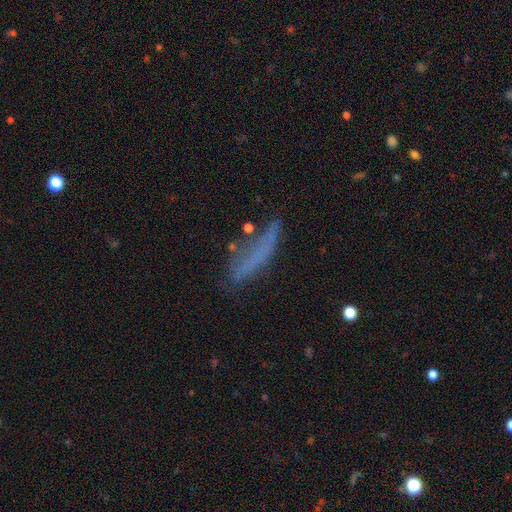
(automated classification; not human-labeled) Smooth or featured? Predicted: smooth (p=0.62). How rounded? Predicted: cigar-shaped (p=0.85). Merging? Predicted: none (p=0.64).